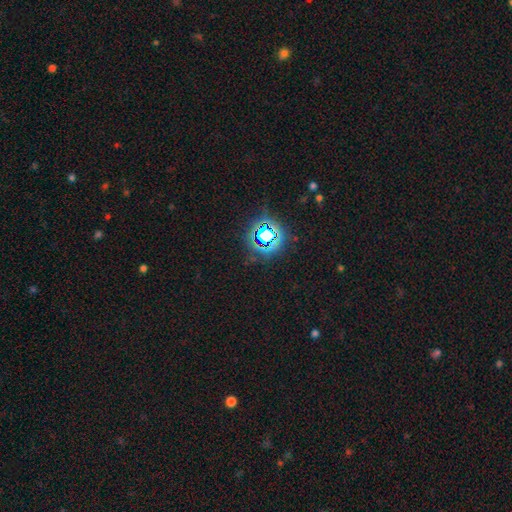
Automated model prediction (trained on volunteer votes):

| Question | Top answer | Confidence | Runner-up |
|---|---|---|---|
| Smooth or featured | star or artifact | 68% | smooth (25%) |